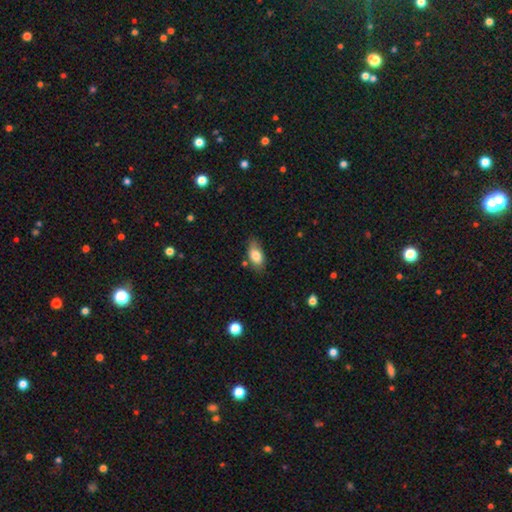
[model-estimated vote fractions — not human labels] Overall: smooth (79%). How rounded: in between (89%). Merging: none (76%).